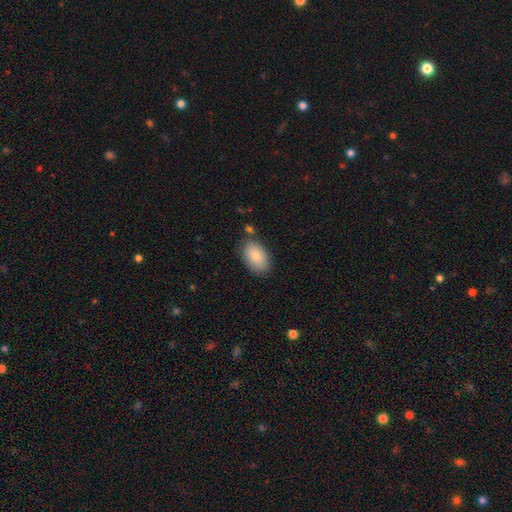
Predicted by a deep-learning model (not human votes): The model was most divided on "merging": none: 78%, minor disturbance: 15%, merger: 4%, major disturbance: 3%. More confident: how rounded — in between (92%); smooth or featured — smooth (85%).